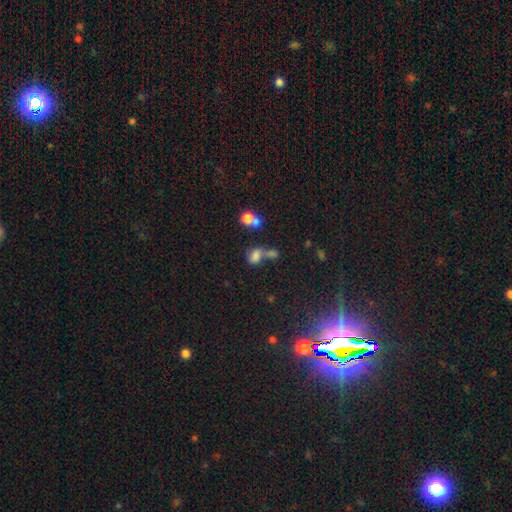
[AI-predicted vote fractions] The model was most divided on "merging": merger: 50%, none: 28%, minor disturbance: 12%, major disturbance: 11%. More confident: smooth or featured — smooth (69%); how rounded — in between (63%).